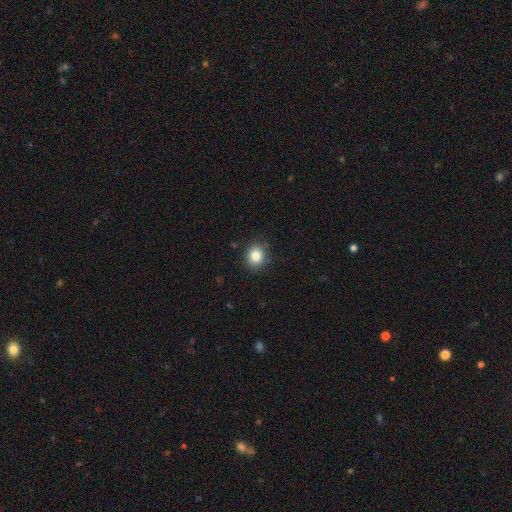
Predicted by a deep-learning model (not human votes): smooth 85%, star or artifact 10%, featured or disk 5%. Down the decision tree: how rounded — round (74%); merging — none (86%).